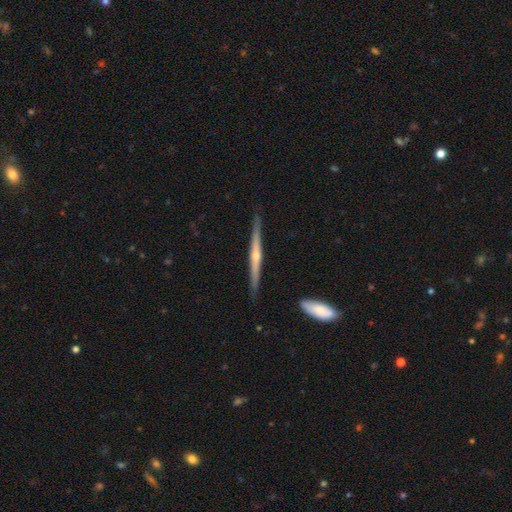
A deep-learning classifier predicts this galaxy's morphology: featured or disk 77%, smooth 18%, star or artifact 5%. Down the decision tree: edge-on disk — yes (98%); edge-on bulge — rounded (79%); merging — none (88%).